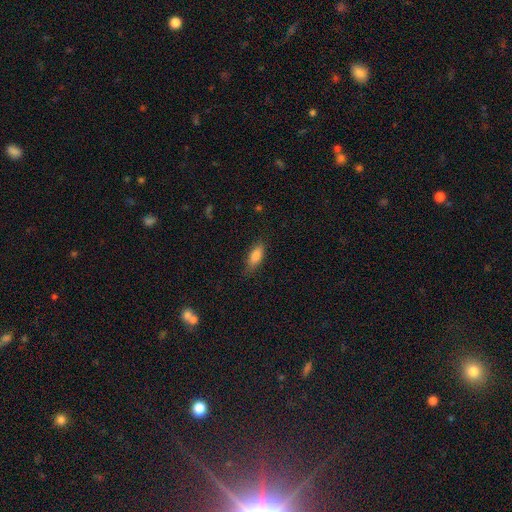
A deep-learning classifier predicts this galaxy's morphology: The model was most divided on "how rounded": in between: 77%, cigar-shaped: 21%, round: 2%. More confident: smooth or featured — smooth (84%); merging — none (80%).